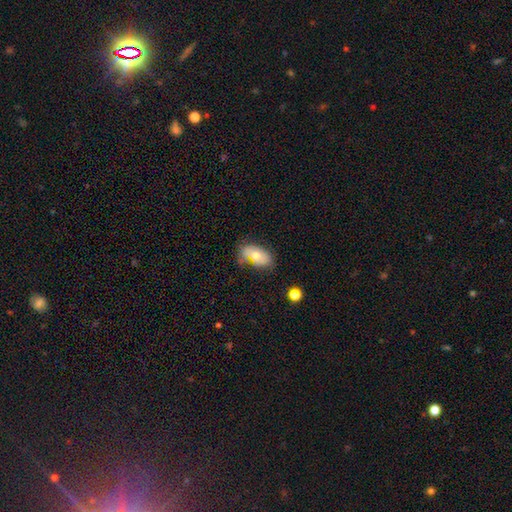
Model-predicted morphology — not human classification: A smooth galaxy with no disk features (68%) that is in between round and cigar-shaped (91%). Merging: none (45%).